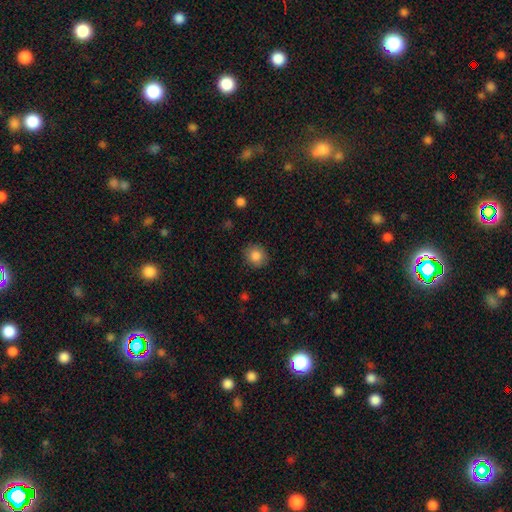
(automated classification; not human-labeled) smooth_or_featured: smooth (p=0.85) [alt: star or artifact p=0.09]
how_rounded: round (p=0.84) [alt: in between p=0.15]
merging: none (p=0.88) [alt: minor disturbance p=0.08]